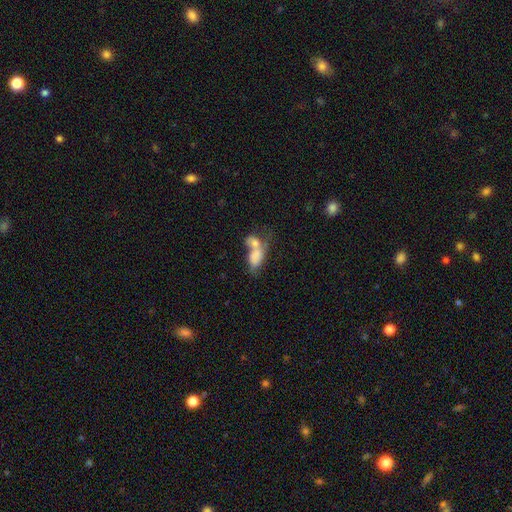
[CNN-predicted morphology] type=smooth (71%); roundness=in between (85%); merging=merger (69%).